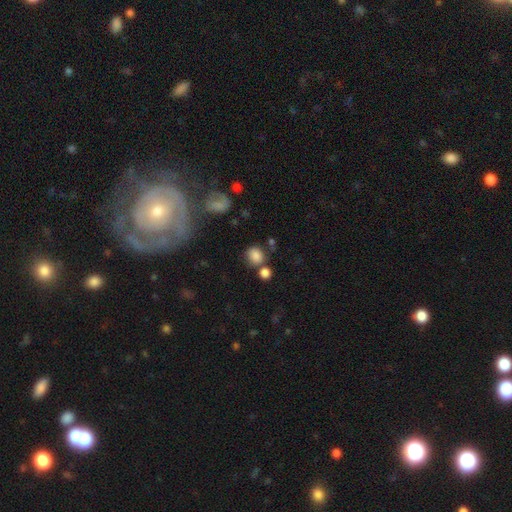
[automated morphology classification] Q: Smooth or featured?
A: smooth (83%); runner-up: star or artifact (11%)
Q: How rounded?
A: round (75%); runner-up: in between (24%)
Q: Merging?
A: none (65%); runner-up: merger (17%)